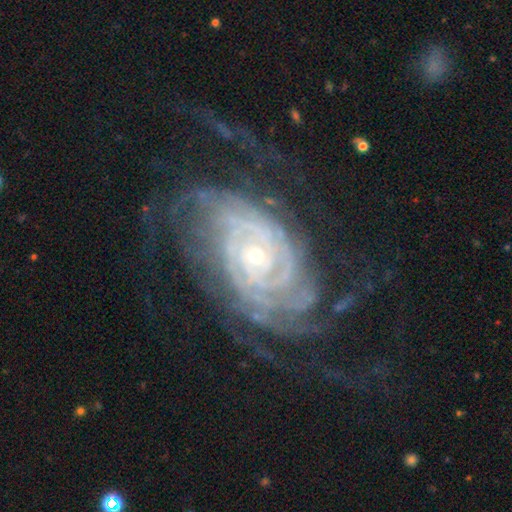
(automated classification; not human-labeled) smooth_or_featured: featured or disk (p=0.91) [alt: star or artifact p=0.05]
disk_edge_on: no (p=0.96) [alt: yes p=0.04]
bar: no (p=0.71) [alt: weak p=0.19]
has_spiral_arms: yes (p=0.98) [alt: no p=0.02]
spiral_winding: tight (p=0.77) [alt: medium p=0.19]
spiral_arm_count: can't tell (p=0.23) [alt: more than 4 p=0.22]
bulge_size: small (p=0.69) [alt: moderate p=0.27]
merging: none (p=0.64) [alt: major disturbance p=0.18]